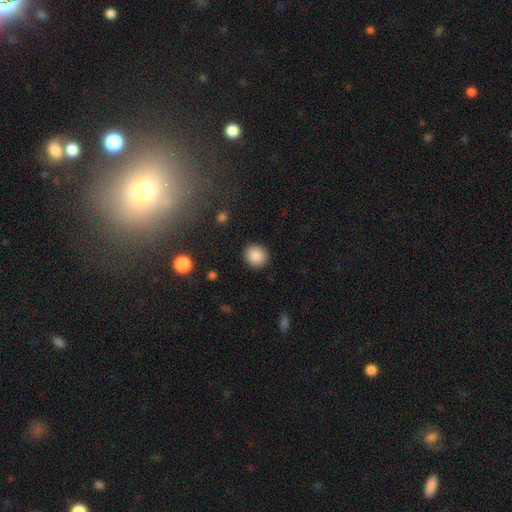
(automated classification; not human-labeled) Smooth or featured? Predicted: smooth (p=0.87). How rounded? Predicted: round (p=0.81). Merging? Predicted: none (p=0.90).